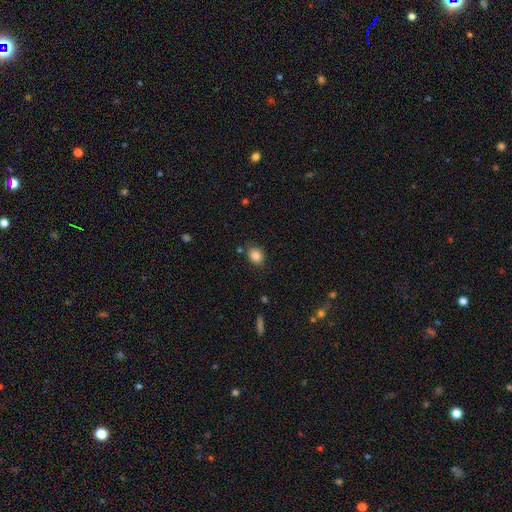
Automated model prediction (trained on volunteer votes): Smooth or featured? Predicted: smooth (p=0.85). How rounded? Predicted: round (p=0.54). Merging? Predicted: none (p=0.83).